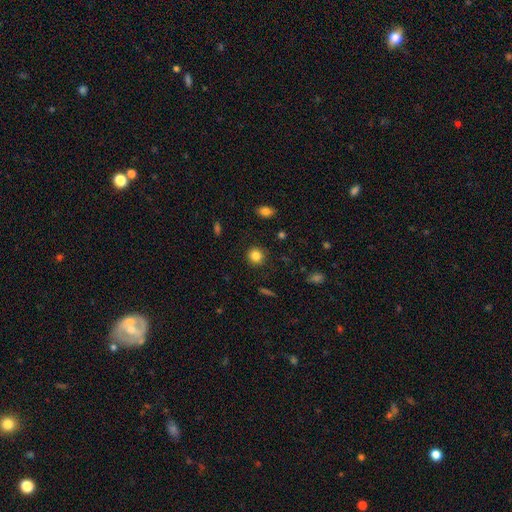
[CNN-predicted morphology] Smooth or featured? Predicted: smooth (p=0.84). How rounded? Predicted: round (p=0.89). Merging? Predicted: none (p=0.90).